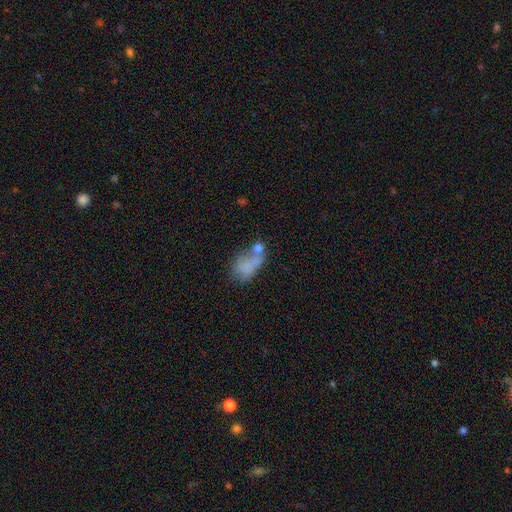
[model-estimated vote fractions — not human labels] A smooth galaxy with no disk features (59%) that is in between round and cigar-shaped (83%).

Vote fractions:
- Smooth or featured? smooth: 59% / featured or disk: 28% / star or artifact: 13%
- How rounded? in between: 83% / round: 12% / cigar-shaped: 6%
- Merging? merger: 34% / none: 24% / major disturbance: 23% / minor disturbance: 18%